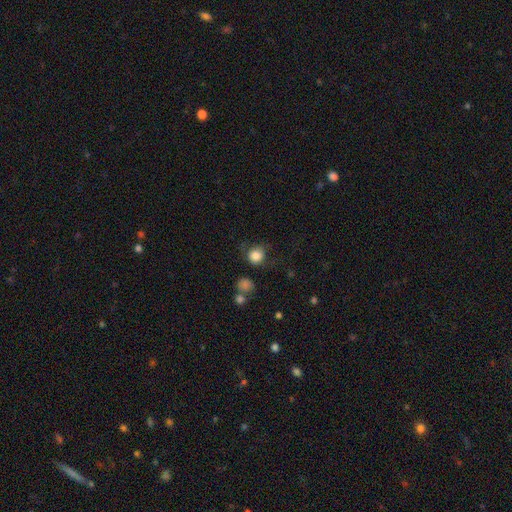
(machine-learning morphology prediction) This is clearly a smooth galaxy (83%). How rounded: clearly round (85%). Merging: likely none (65%).